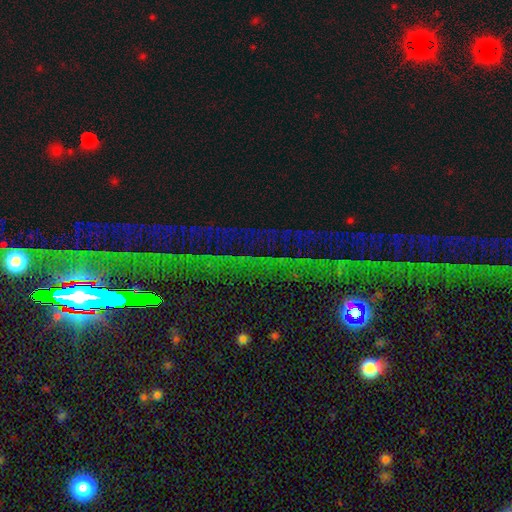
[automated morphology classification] The model was most divided on "smooth or featured": star or artifact: 79%, smooth: 10%, featured or disk: 10%.